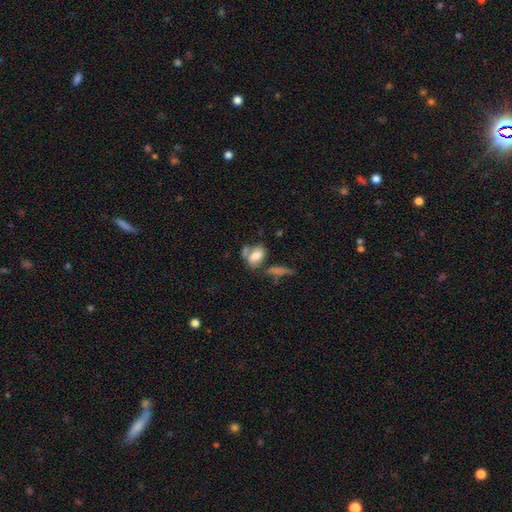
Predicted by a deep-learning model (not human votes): Overall: smooth (75%). How rounded: in between (86%). Merging: none (40%; merger 34%).